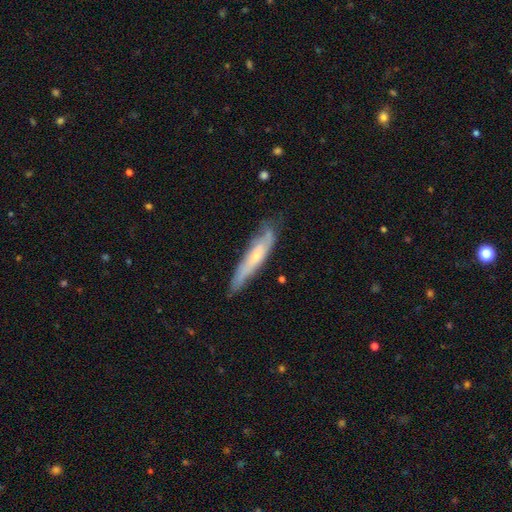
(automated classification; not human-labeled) A featured or disk galaxy (54%) viewed edge-on (58%). Merging: none (65%).